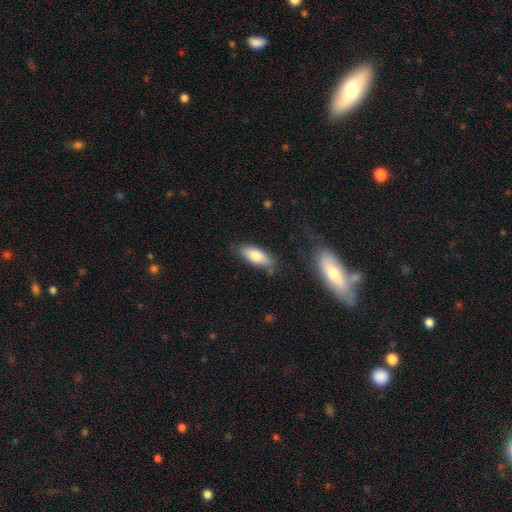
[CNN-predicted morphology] Smooth or featured? Predicted: smooth (p=0.78). How rounded? Predicted: in between (p=0.75). Merging? Predicted: none (p=0.77).